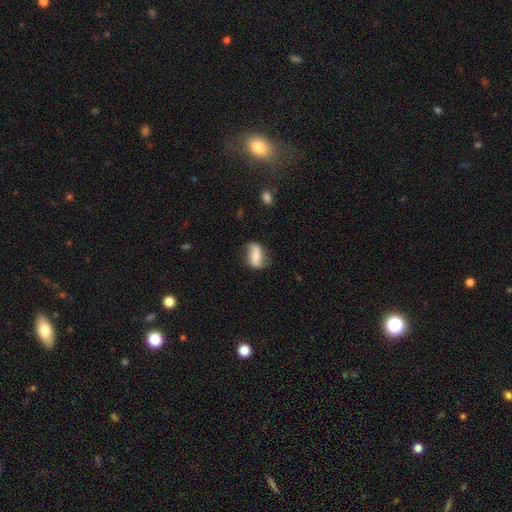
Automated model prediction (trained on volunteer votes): smooth 49%, featured or disk 43%, star or artifact 8%. Down the decision tree: merging — none (65%).